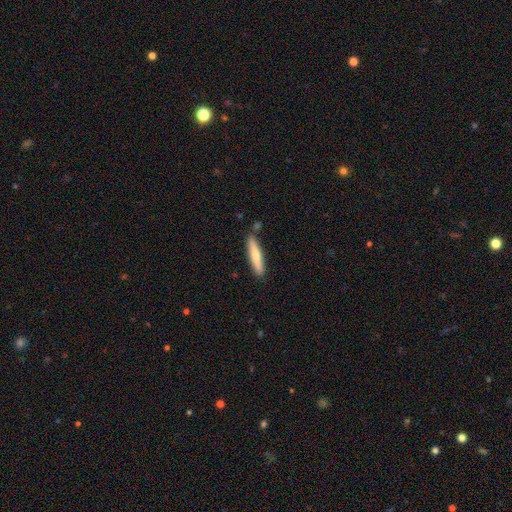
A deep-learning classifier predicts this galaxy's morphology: smooth-or-featured: smooth: 68% | featured or disk: 26% | star or artifact: 5%
  how-rounded: cigar-shaped: 86% | in between: 12% | round: 1%
  merging: none: 82% | minor disturbance: 12% | merger: 4% | major disturbance: 2%